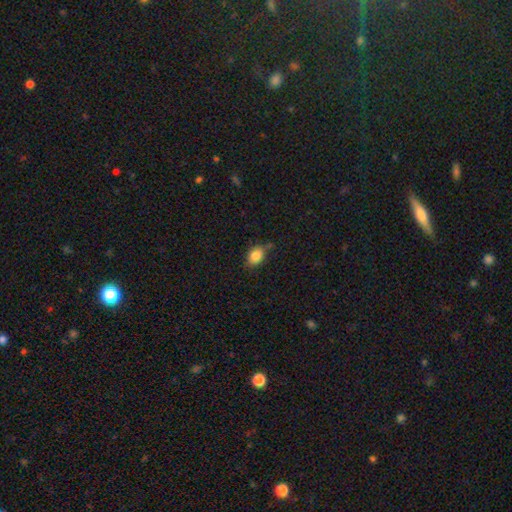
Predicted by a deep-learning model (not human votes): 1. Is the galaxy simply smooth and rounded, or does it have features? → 85% smooth, 9% star or artifact, 6% featured or disk.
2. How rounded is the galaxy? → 73% in between, 26% round, 2% cigar-shaped.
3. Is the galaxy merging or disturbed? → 65% none, 25% minor disturbance, 5% major disturbance, 5% merger.